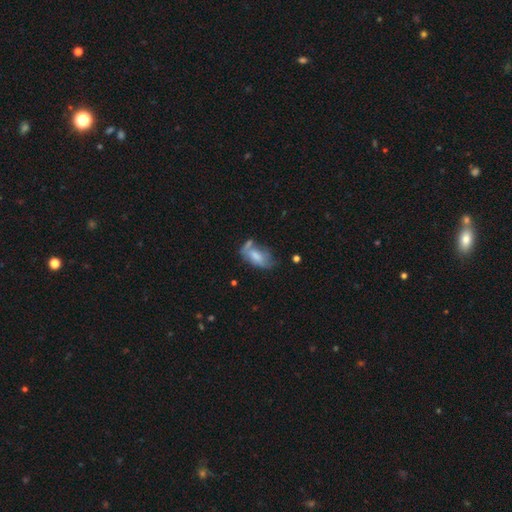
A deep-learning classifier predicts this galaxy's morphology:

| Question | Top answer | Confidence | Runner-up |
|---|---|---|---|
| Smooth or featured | smooth | 61% | featured or disk (31%) |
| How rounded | in between | 88% | cigar-shaped (9%) |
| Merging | none | 39% | minor disturbance (30%) |